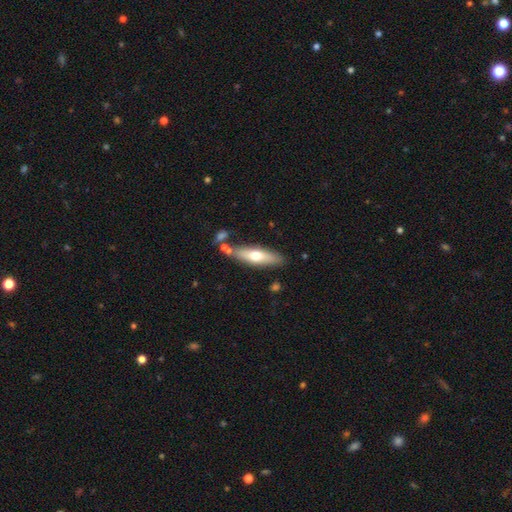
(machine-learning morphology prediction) type=smooth (57%); roundness=cigar-shaped (65%); merging=none (78%).